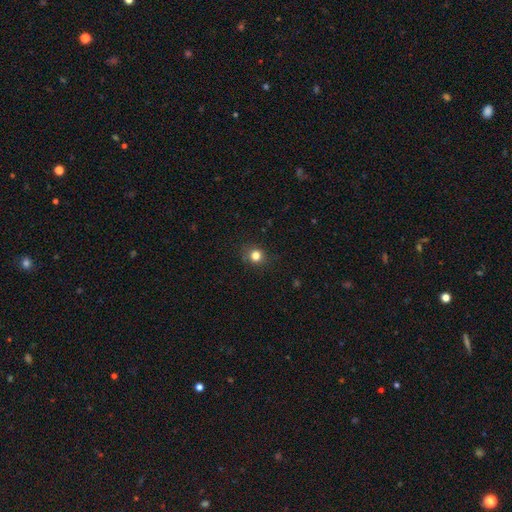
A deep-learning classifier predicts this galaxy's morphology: smooth-or-featured: smooth: 80% | star or artifact: 14% | featured or disk: 6%
  how-rounded: round: 82% | in between: 17% | cigar-shaped: 1%
  merging: none: 85% | minor disturbance: 11% | major disturbance: 3% | merger: 1%